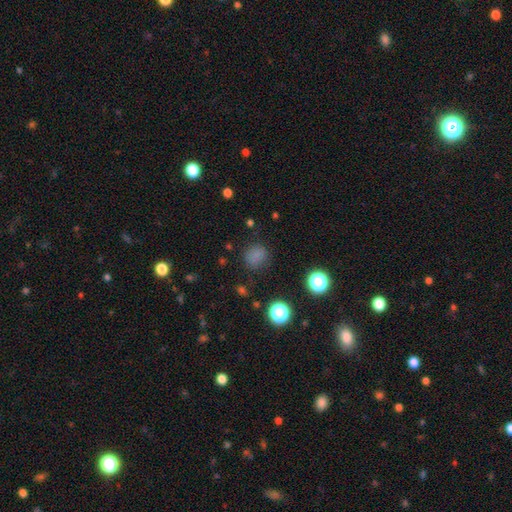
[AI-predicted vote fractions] Q: Smooth or featured?
A: smooth (73%); runner-up: star or artifact (21%)
Q: How rounded?
A: round (78%); runner-up: in between (21%)
Q: Merging?
A: none (78%); runner-up: minor disturbance (15%)